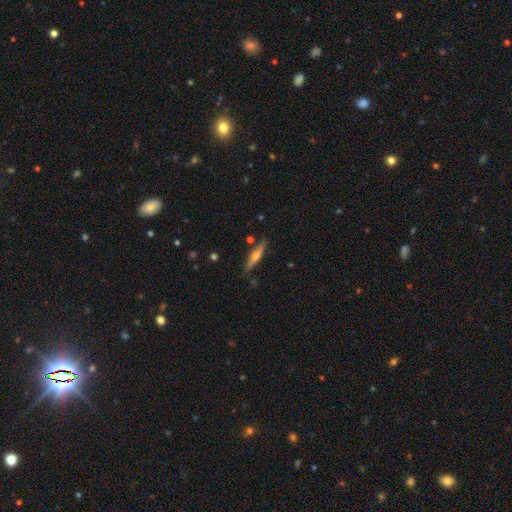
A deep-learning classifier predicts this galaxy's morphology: smooth_or_featured: featured or disk (p=0.57) [alt: smooth p=0.37]
disk_edge_on: yes (p=0.95) [alt: no p=0.05]
edge_on_bulge: rounded (p=0.88) [alt: none p=0.08]
merging: none (p=0.85) [alt: minor disturbance p=0.10]